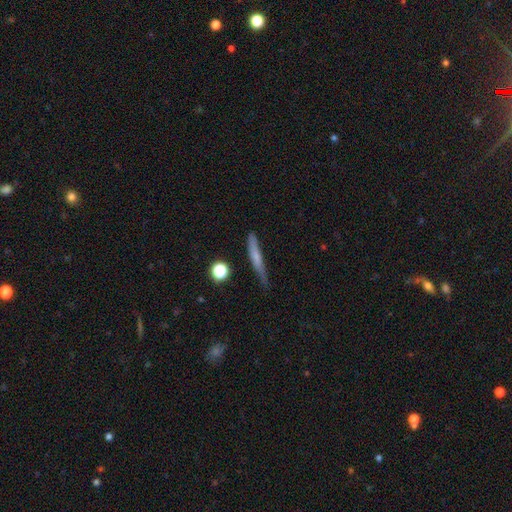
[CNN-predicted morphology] smooth 58%, featured or disk 33%, star or artifact 8%. Down the decision tree: how rounded — cigar-shaped (92%); merging — none (71%).